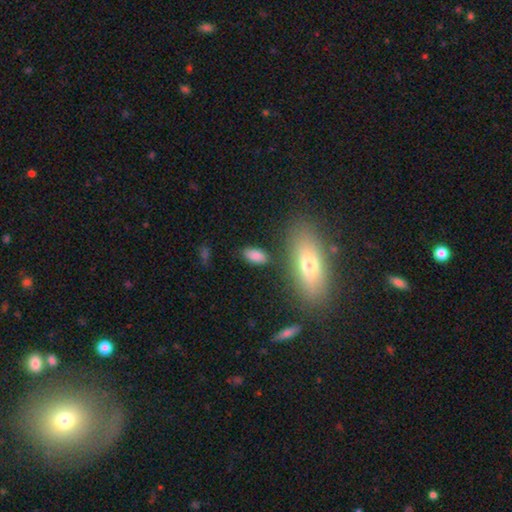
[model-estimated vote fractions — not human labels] A smooth galaxy with no disk features (83%) that is in between round and cigar-shaped (89%). Merging: none (80%).